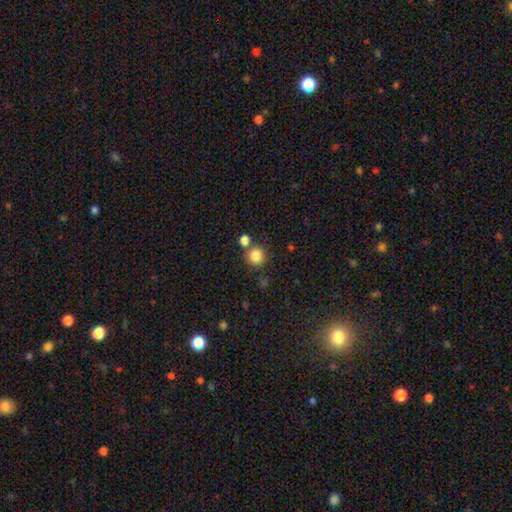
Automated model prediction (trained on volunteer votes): A smooth galaxy with no disk features (84%) that is round (93%). Merging: none (72%).